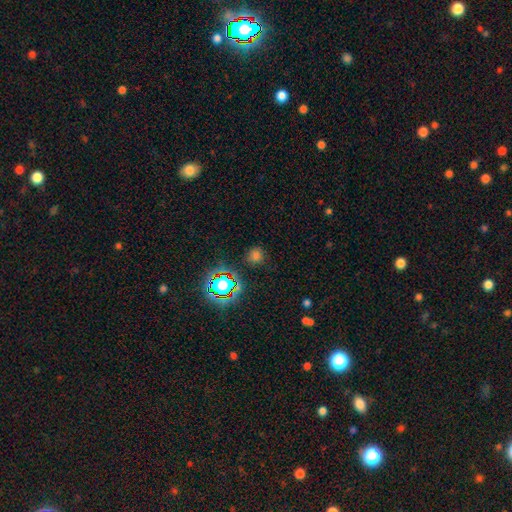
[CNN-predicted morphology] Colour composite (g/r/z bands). It shows a smooth galaxy with no disk features (60%) that is round (90%). Merging: none (85%).